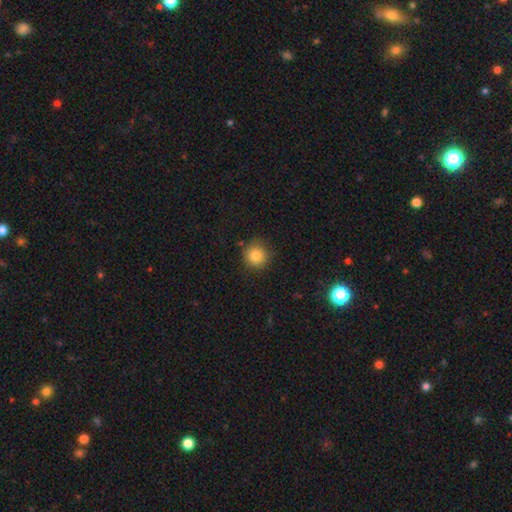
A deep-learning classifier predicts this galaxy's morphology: smooth-or-featured: smooth: 84% | star or artifact: 10% | featured or disk: 6%
  how-rounded: round: 93% | in between: 7% | cigar-shaped: 1%
  merging: none: 82% | minor disturbance: 13% | major disturbance: 3% | merger: 2%